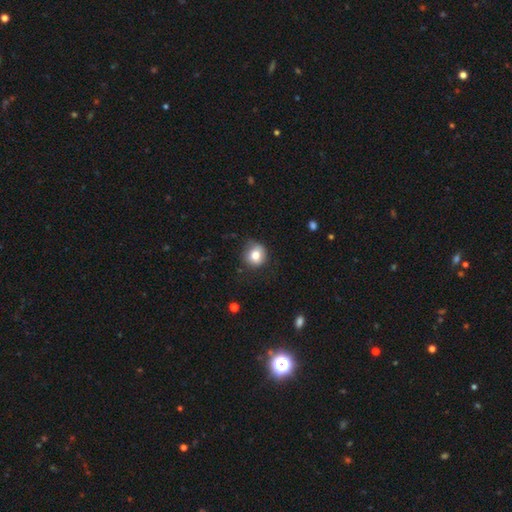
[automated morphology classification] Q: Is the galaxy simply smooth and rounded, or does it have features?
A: smooth — 79%.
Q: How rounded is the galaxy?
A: round — 85%.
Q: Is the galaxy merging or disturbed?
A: none — 72%.